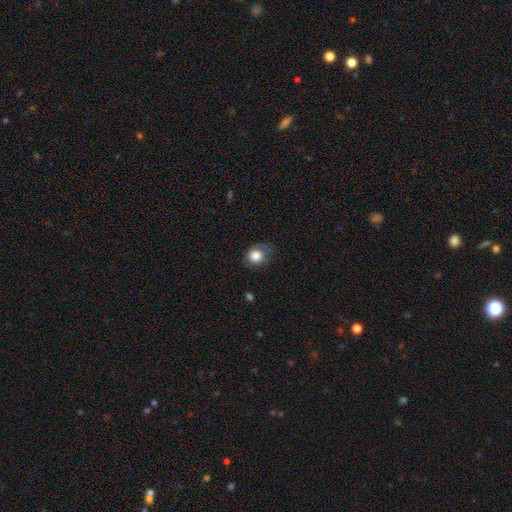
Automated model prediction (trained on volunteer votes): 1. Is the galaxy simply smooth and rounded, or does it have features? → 84% smooth, 9% star or artifact, 7% featured or disk.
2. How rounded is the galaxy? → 64% round, 35% in between, 1% cigar-shaped.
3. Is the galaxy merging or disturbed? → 60% none, 28% minor disturbance, 11% major disturbance, 1% merger.